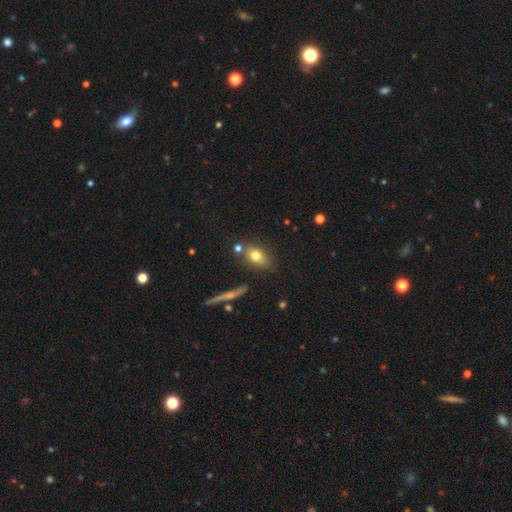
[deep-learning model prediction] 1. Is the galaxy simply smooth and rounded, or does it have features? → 75% smooth, 15% featured or disk, 10% star or artifact.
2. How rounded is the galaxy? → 76% in between, 18% round, 6% cigar-shaped.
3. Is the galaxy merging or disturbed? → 68% none, 15% minor disturbance, 12% merger, 5% major disturbance.